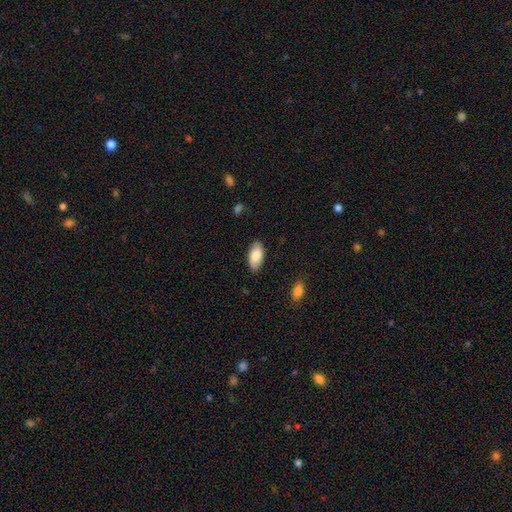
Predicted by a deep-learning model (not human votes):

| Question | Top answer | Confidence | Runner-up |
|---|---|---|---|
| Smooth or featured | smooth | 85% | featured or disk (9%) |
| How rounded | in between | 93% | cigar-shaped (5%) |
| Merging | none | 87% | minor disturbance (10%) |